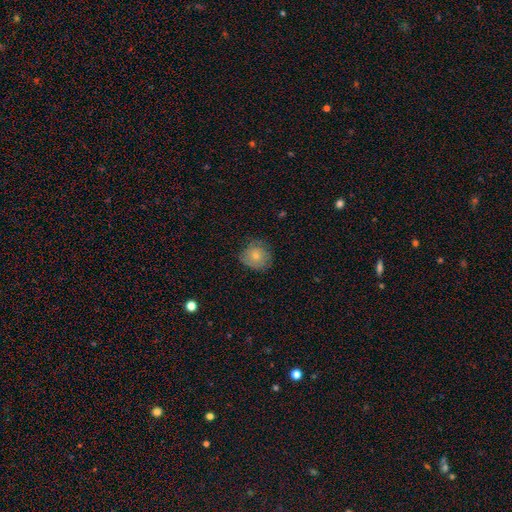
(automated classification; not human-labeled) The model was most divided on "merging": none: 69%, minor disturbance: 24%, major disturbance: 6%, merger: 1%. More confident: how rounded — round (84%); smooth or featured — smooth (71%).